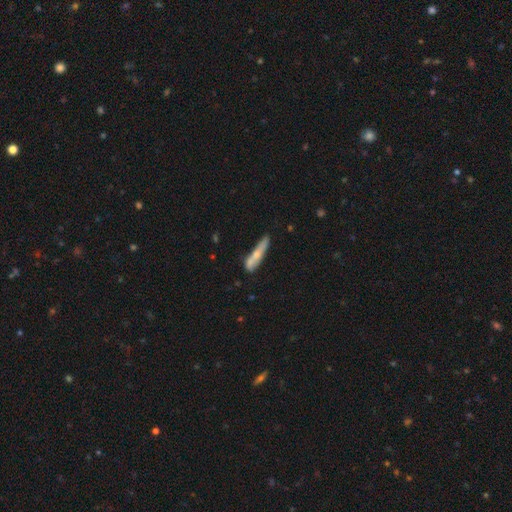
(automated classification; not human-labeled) The model was most divided on "smooth or featured": smooth: 61%, featured or disk: 33%, star or artifact: 6%. More confident: how rounded — cigar-shaped (89%); merging — none (62%).